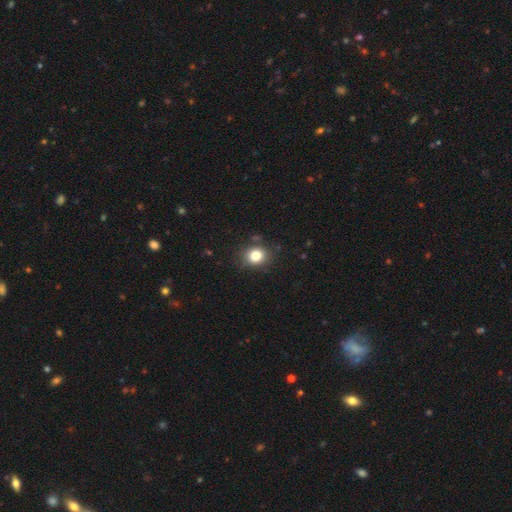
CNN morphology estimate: Q: Smooth or featured?
A: smooth (81%); runner-up: star or artifact (12%)
Q: How rounded?
A: round (73%); runner-up: in between (26%)
Q: Merging?
A: none (83%); runner-up: minor disturbance (12%)